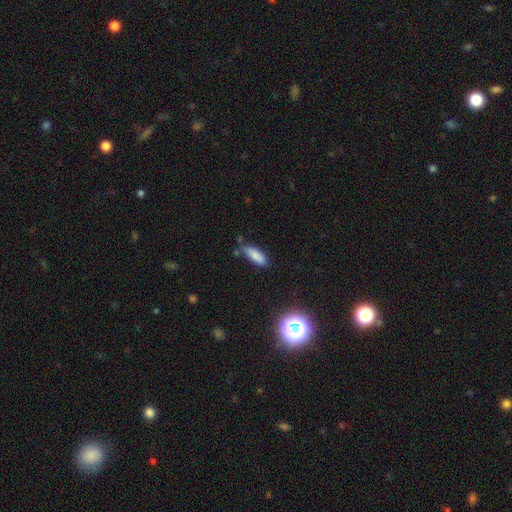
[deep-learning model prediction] Smooth or featured: smooth — 82% (star or artifact — 10%)
How rounded: in between — 62% (cigar-shaped — 36%)
Merging: none — 62% (minor disturbance — 26%)